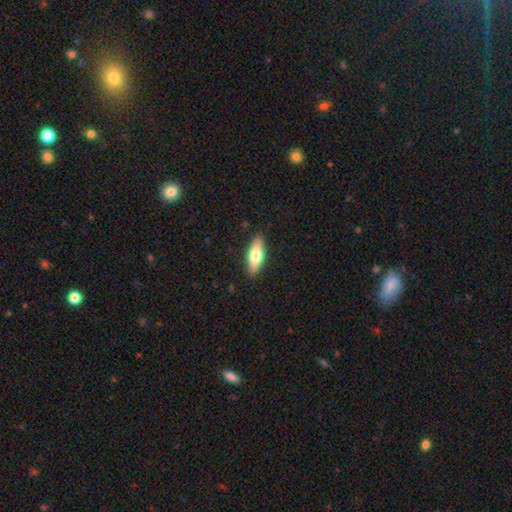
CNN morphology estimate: Smooth or featured? smooth (68%)
How rounded? in between (70%)
Merging? none (88%)